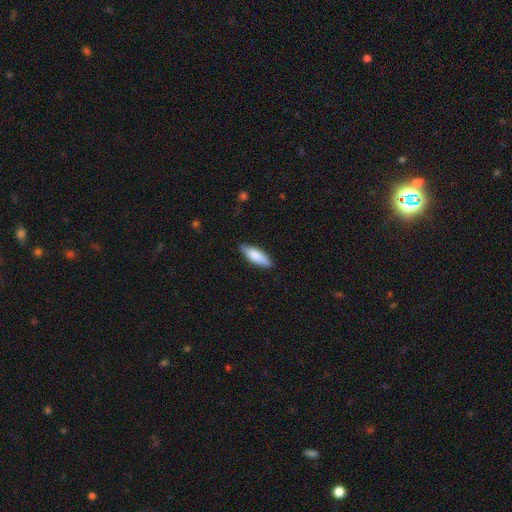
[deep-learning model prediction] Morphology: type=smooth (82%); roundness=in between (55%); merging=none (85%).